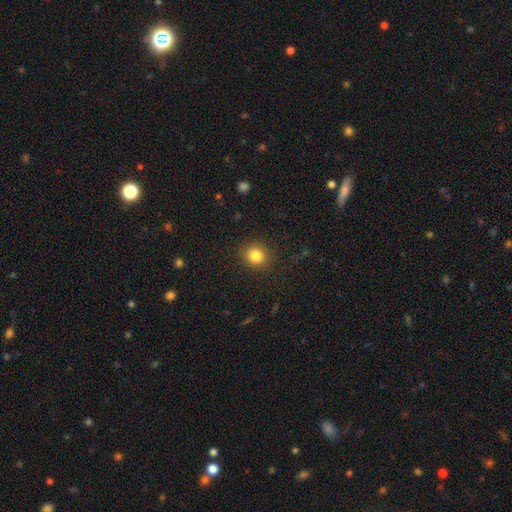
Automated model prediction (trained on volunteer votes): Smooth or featured? smooth (83%)
How rounded? round (85%)
Merging? none (89%)